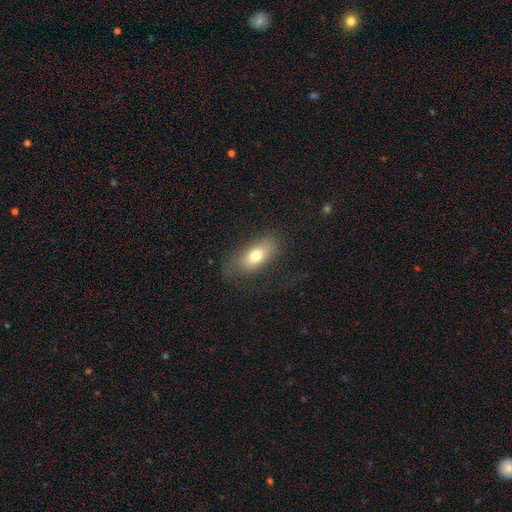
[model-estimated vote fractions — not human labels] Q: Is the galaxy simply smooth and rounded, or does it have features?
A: smooth — 73%.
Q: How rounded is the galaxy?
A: in between — 85%.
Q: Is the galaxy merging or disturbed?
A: none — 70%.